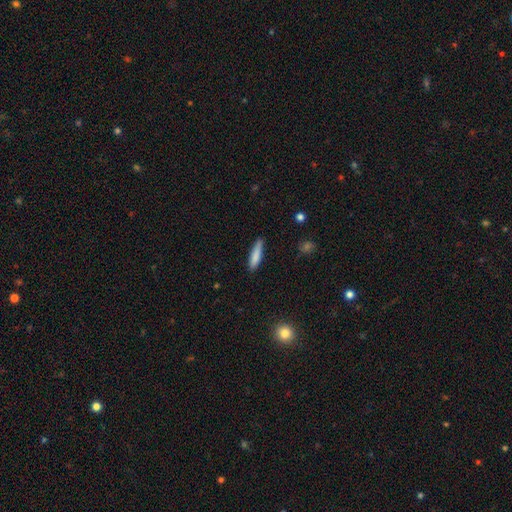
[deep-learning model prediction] Q: Smooth or featured?
A: smooth (83%); runner-up: featured or disk (11%)
Q: How rounded?
A: cigar-shaped (79%); runner-up: in between (20%)
Q: Merging?
A: none (78%); runner-up: minor disturbance (17%)